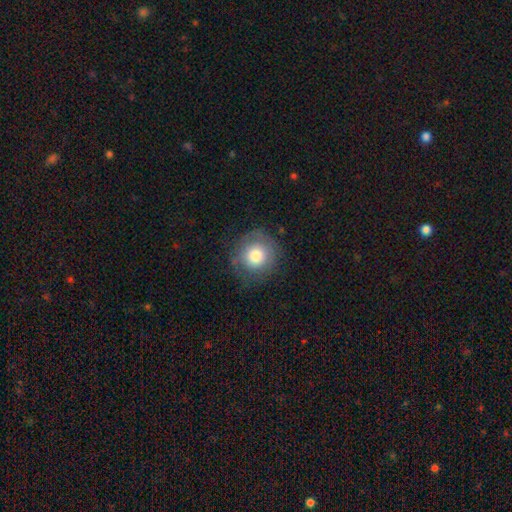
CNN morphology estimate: smooth_or_featured: smooth (p=0.75) [alt: featured or disk p=0.15]
how_rounded: round (p=0.93) [alt: in between p=0.06]
merging: none (p=0.76) [alt: minor disturbance p=0.16]